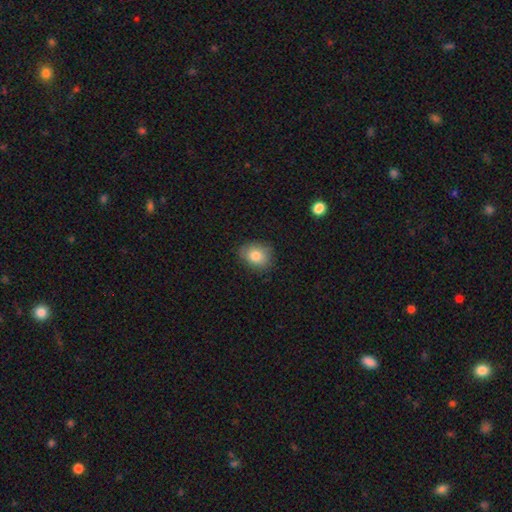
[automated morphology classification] This appears to be a smooth galaxy with no disk features (81%) that is in between round and cigar-shaped (53%). Merging: none (80%).